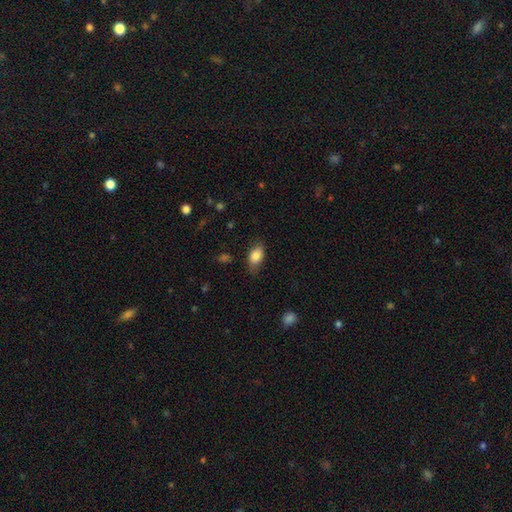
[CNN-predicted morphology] Smooth or featured: smooth — 84% (featured or disk — 9%)
How rounded: in between — 90% (round — 7%)
Merging: none — 68% (minor disturbance — 24%)